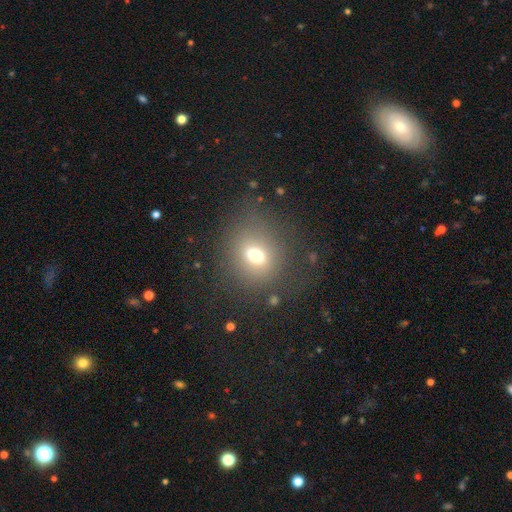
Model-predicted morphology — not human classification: Smooth or featured: smooth — 67% (star or artifact — 17%)
How rounded: round — 61% (in between — 37%)
Merging: none — 73% (minor disturbance — 14%)